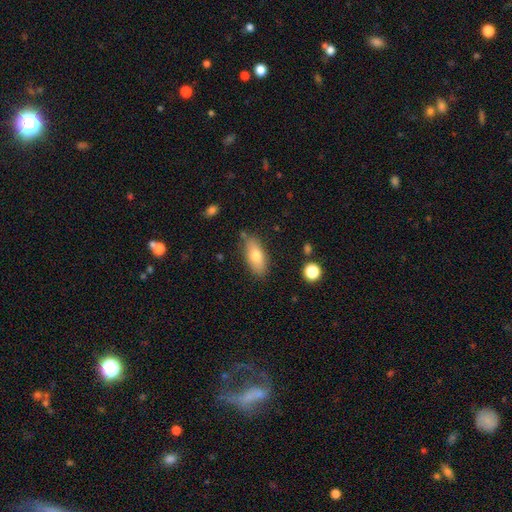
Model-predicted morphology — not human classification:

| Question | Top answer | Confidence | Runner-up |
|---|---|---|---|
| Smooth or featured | smooth | 74% | featured or disk (19%) |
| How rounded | in between | 82% | cigar-shaped (14%) |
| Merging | none | 78% | minor disturbance (15%) |